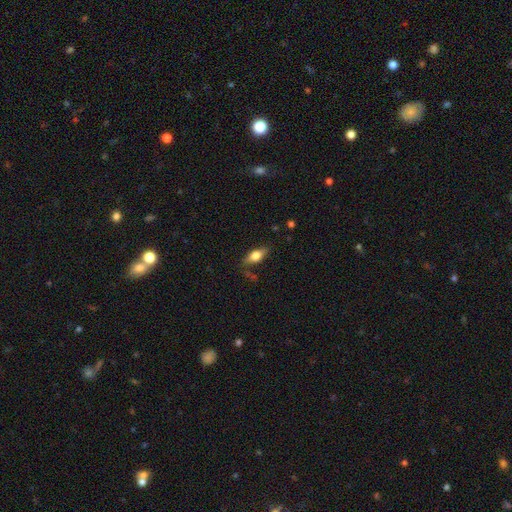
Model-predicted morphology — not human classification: Smooth or featured: smooth — 66% (featured or disk — 27%)
How rounded: in between — 77% (cigar-shaped — 19%)
Merging: none — 77% (minor disturbance — 16%)